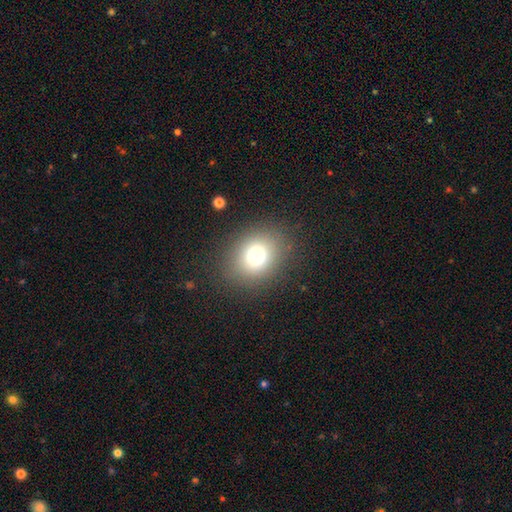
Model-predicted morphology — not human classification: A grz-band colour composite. It shows a smooth galaxy with no disk features (77%) that is round (58%). Merging: none (85%).